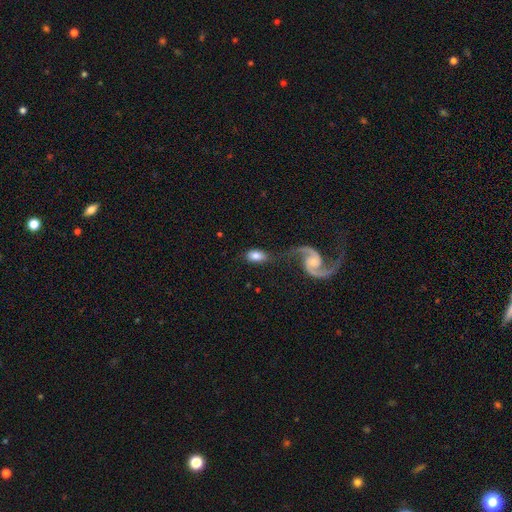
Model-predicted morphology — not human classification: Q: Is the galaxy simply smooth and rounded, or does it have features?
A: smooth — 63%.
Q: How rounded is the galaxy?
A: in between — 89%.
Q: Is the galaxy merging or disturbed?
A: none — 54%.